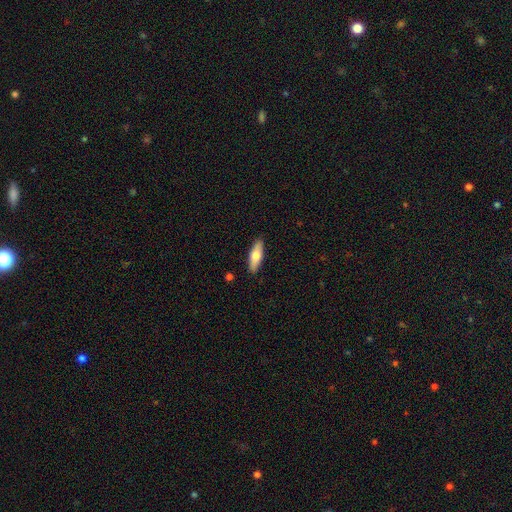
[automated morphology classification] smooth 66%, featured or disk 29%, star or artifact 6%. Down the decision tree: how rounded — in between (55%); merging — none (90%).